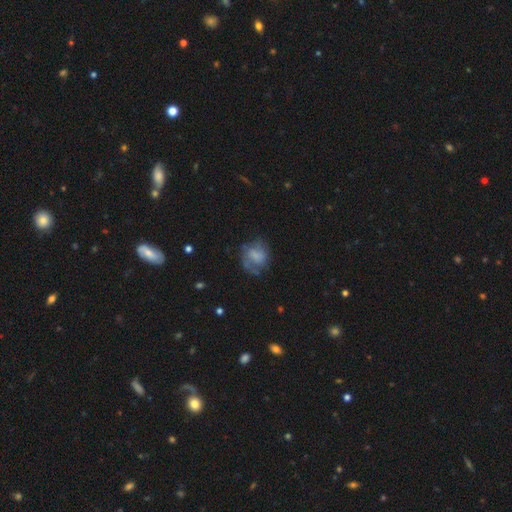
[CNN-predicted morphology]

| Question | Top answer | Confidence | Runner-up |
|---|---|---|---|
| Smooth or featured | smooth | 47% | featured or disk (44%) |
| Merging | none | 54% | minor disturbance (24%) |